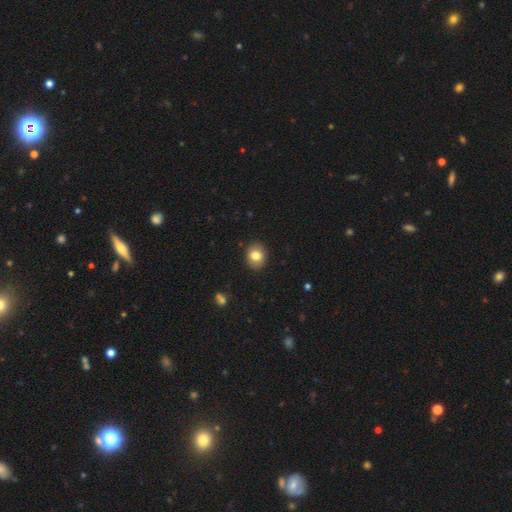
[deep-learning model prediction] Morphology: type=smooth (81%); roundness=round (53%); merging=none (90%).